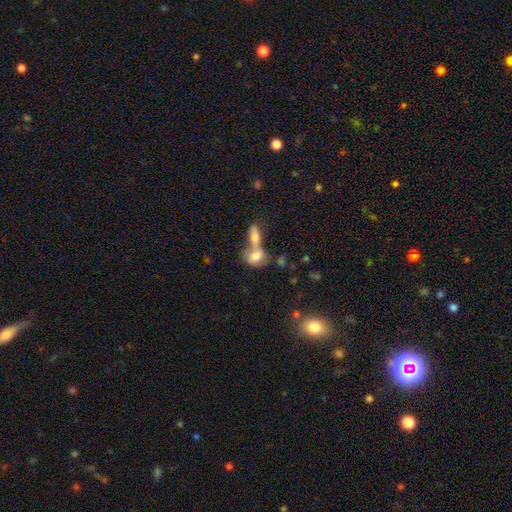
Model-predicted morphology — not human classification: smooth-or-featured: smooth: 71% | featured or disk: 20% | star or artifact: 9%
  how-rounded: in between: 75% | round: 20% | cigar-shaped: 5%
  merging: merger: 68% | none: 21% | minor disturbance: 7% | major disturbance: 4%